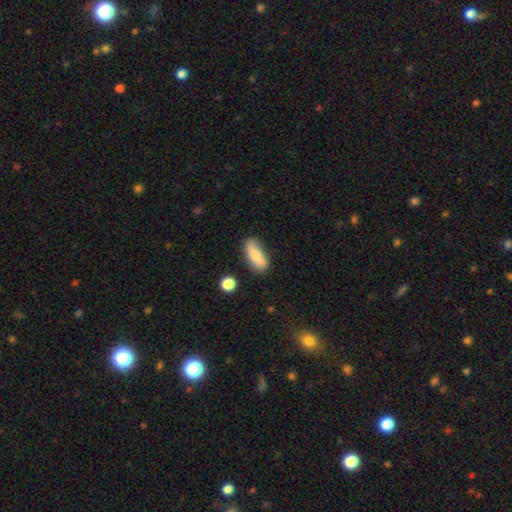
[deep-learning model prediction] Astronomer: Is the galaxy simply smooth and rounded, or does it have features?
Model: smooth — 72%.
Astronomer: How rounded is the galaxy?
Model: in between — 73%.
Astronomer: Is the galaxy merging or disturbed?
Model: none — 73%.